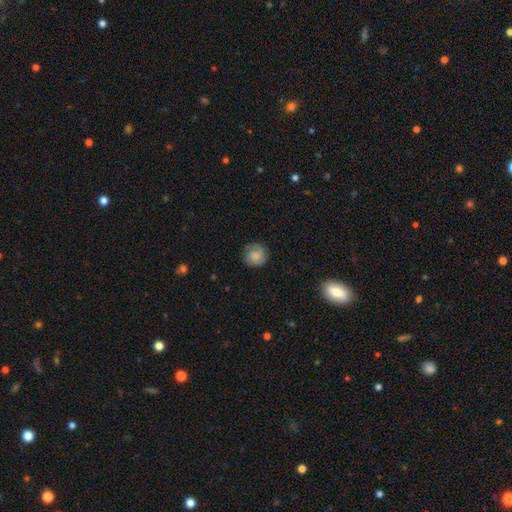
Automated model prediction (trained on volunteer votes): Morphology: type=smooth (66%); roundness=round (89%); merging=none (80%).